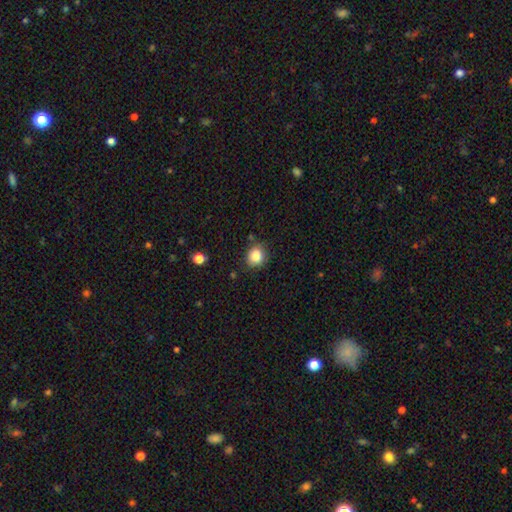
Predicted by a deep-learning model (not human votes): smooth 85%, star or artifact 10%, featured or disk 5%. Down the decision tree: how rounded — round (78%); merging — none (81%).